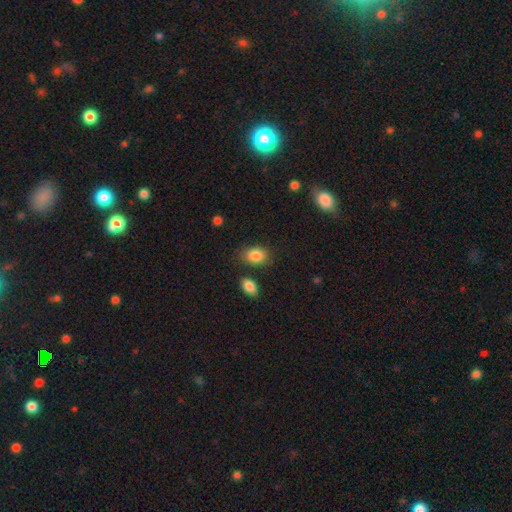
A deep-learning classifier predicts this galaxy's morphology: Smooth or featured?
  - smooth: 86% *
  - star or artifact: 8%
  - featured or disk: 7%
How rounded?
  - in between: 79% *
  - round: 20%
  - cigar-shaped: 1%
Merging?
  - none: 76% *
  - minor disturbance: 15%
  - merger: 5%
  - major disturbance: 4%